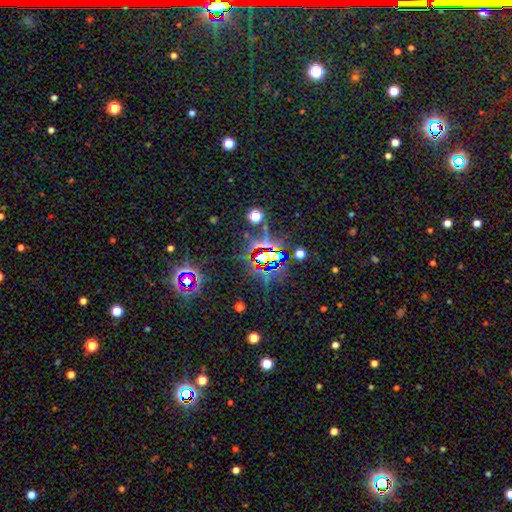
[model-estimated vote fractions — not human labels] Overall: star or artifact (79%).